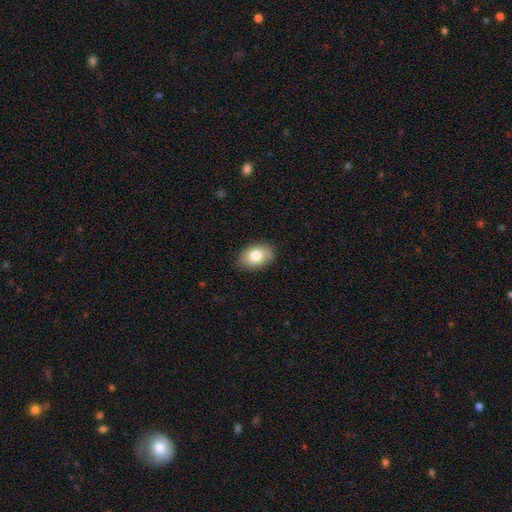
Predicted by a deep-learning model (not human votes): Smooth or featured? Predicted: smooth (p=0.82). How rounded? Predicted: in between (p=0.88). Merging? Predicted: none (p=0.86).